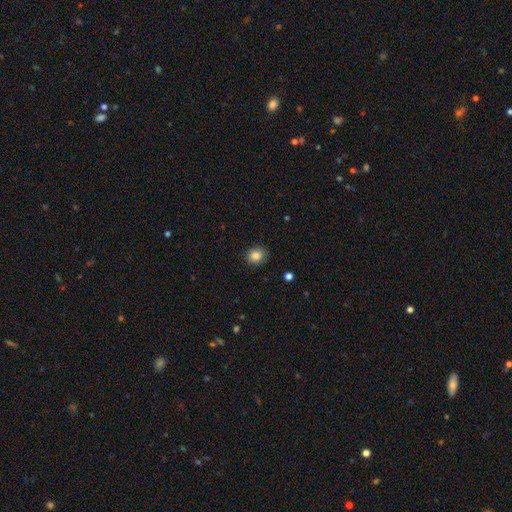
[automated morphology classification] A smooth galaxy with no disk features (85%) that is round (69%).

Vote fractions:
- Smooth or featured? smooth: 85% / star or artifact: 10% / featured or disk: 5%
- How rounded? round: 69% / in between: 30% / cigar-shaped: 1%
- Merging? none: 88% / minor disturbance: 9% / major disturbance: 2% / merger: 1%